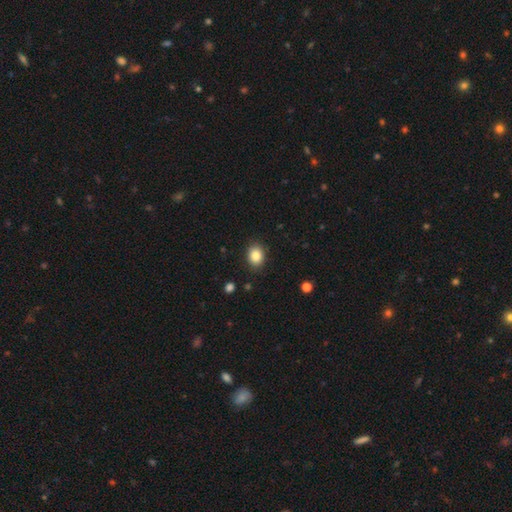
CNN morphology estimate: Overall: smooth (86%). How rounded: in between (56%; round 43%). Merging: none (87%).